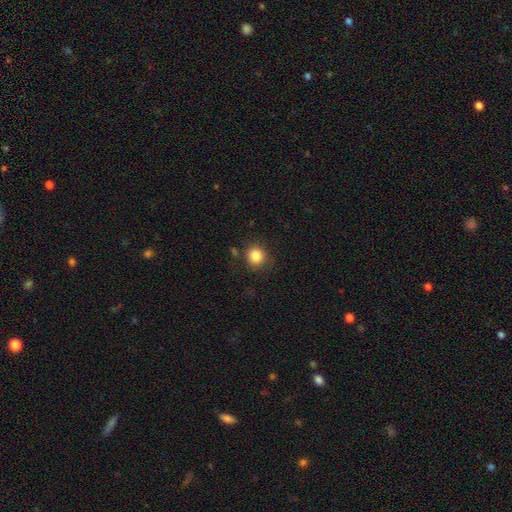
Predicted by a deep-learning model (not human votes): Morphology: type=smooth (84%); roundness=round (90%); merging=none (83%).